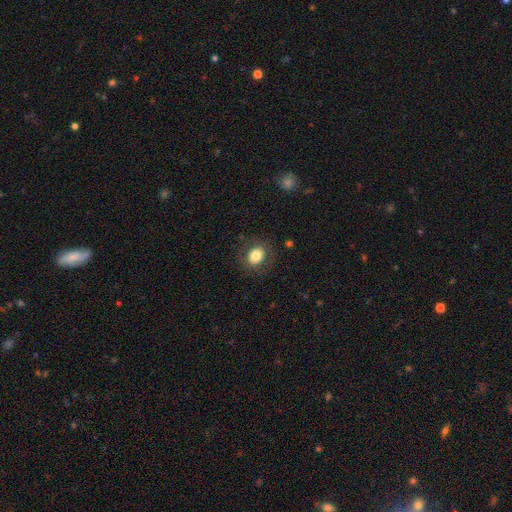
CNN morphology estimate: This is likely a smooth galaxy (80%). How rounded: possibly round (51%). Merging: clearly none (83%).